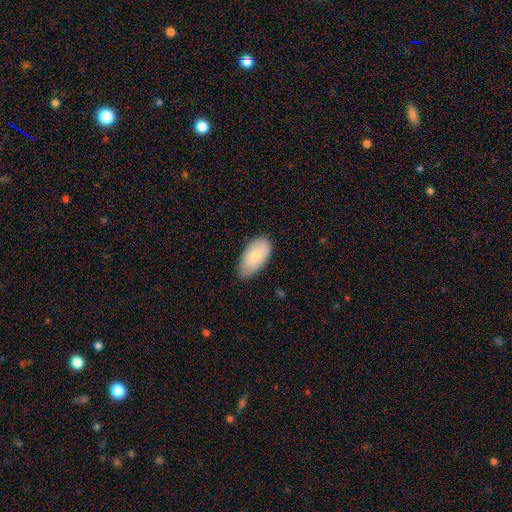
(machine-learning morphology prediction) A smooth galaxy with no disk features (77%) that is in between round and cigar-shaped (95%).

Vote fractions:
- Smooth or featured? smooth: 77% / featured or disk: 17% / star or artifact: 6%
- How rounded? in between: 95% / round: 3% / cigar-shaped: 2%
- Merging? none: 69% / minor disturbance: 26% / major disturbance: 3% / merger: 1%